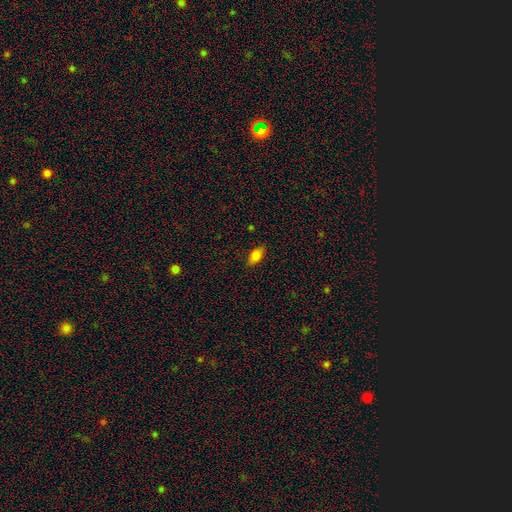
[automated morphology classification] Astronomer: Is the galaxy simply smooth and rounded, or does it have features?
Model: smooth — 82%.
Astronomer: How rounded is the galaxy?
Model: in between — 88%.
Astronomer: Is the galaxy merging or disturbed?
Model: none — 84%.